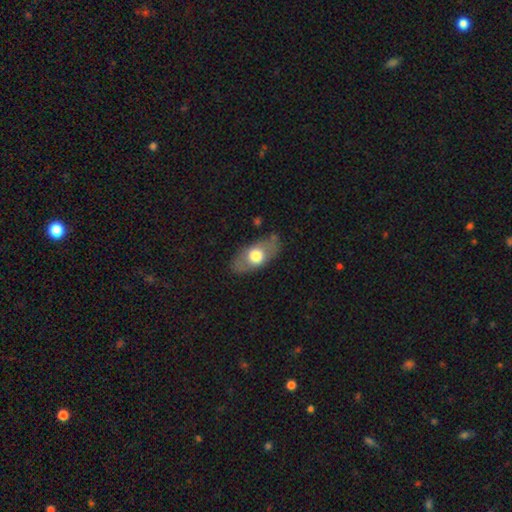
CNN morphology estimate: Smooth or featured? smooth (58%)
How rounded? in between (84%)
Merging? none (78%)